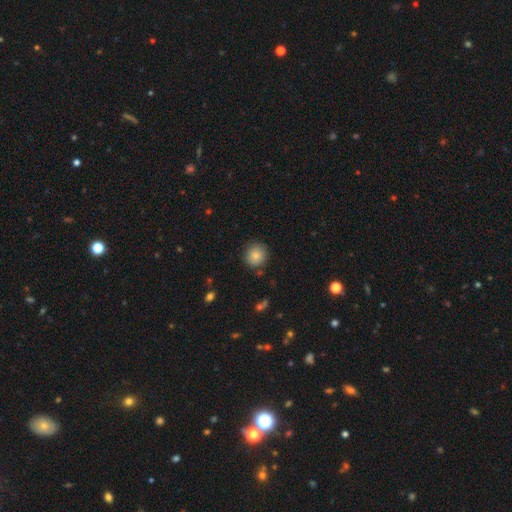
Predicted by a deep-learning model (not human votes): Q: Smooth or featured?
A: smooth (84%); runner-up: star or artifact (9%)
Q: How rounded?
A: round (92%); runner-up: in between (7%)
Q: Merging?
A: none (85%); runner-up: minor disturbance (10%)